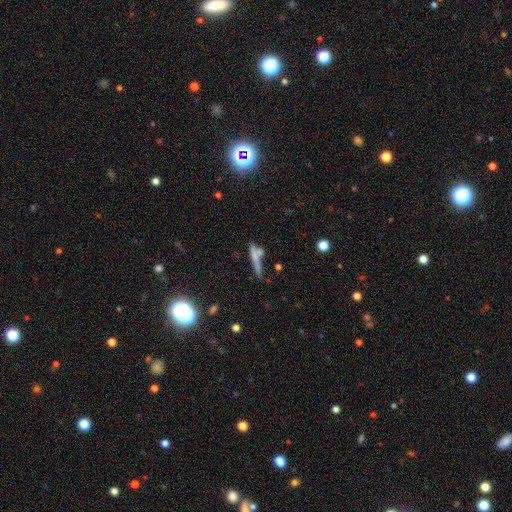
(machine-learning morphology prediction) Q: Smooth or featured?
A: smooth (55%); runner-up: featured or disk (33%)
Q: How rounded?
A: cigar-shaped (83%); runner-up: in between (13%)
Q: Merging?
A: none (44%); runner-up: merger (29%)